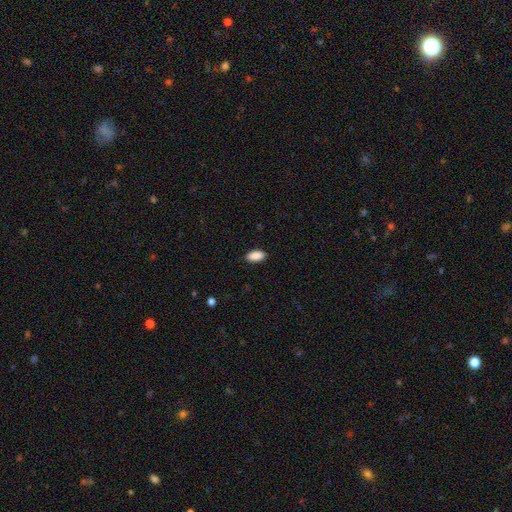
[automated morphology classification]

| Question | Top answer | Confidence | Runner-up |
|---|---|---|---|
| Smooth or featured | smooth | 90% | star or artifact (7%) |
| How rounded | in between | 92% | cigar-shaped (6%) |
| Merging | none | 88% | minor disturbance (9%) |